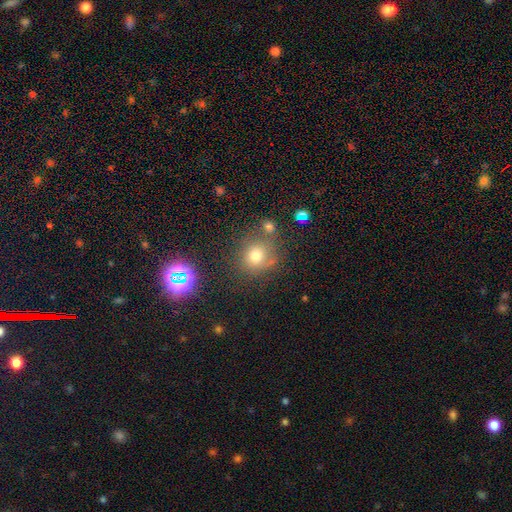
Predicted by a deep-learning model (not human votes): A smooth galaxy with no disk features (72%) that is round (86%). Merging: none (65%).